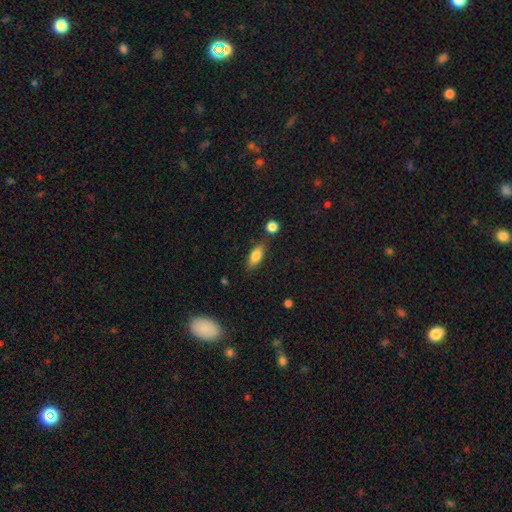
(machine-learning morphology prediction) Q: Smooth or featured?
A: smooth (78%); runner-up: featured or disk (15%)
Q: How rounded?
A: in between (74%); runner-up: cigar-shaped (23%)
Q: Merging?
A: none (77%); runner-up: minor disturbance (14%)